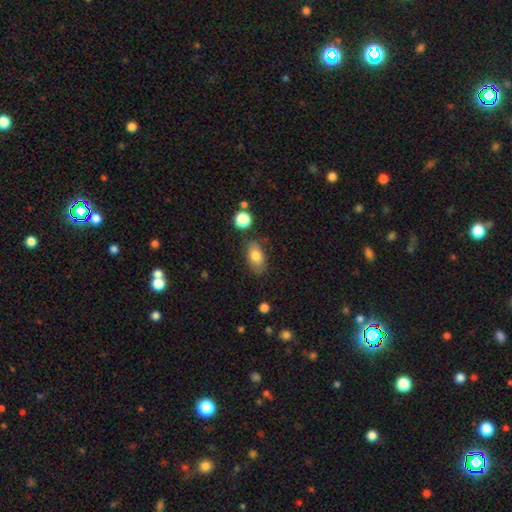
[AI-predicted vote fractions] A smooth galaxy with no disk features (80%) that is in between round and cigar-shaped (90%). Merging: none (77%).